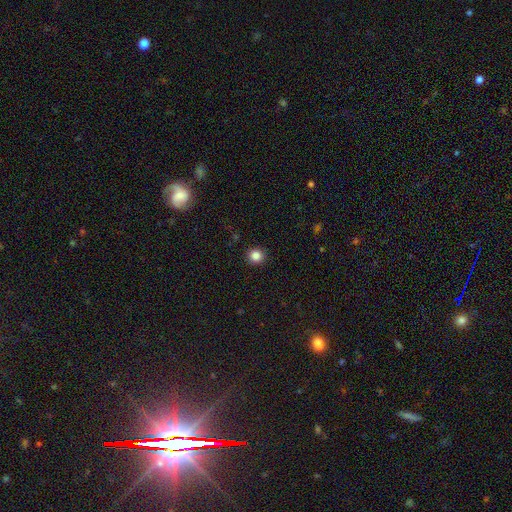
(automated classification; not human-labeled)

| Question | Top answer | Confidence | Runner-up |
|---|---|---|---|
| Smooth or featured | smooth | 85% | star or artifact (11%) |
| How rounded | round | 92% | in between (7%) |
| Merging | none | 92% | minor disturbance (5%) |